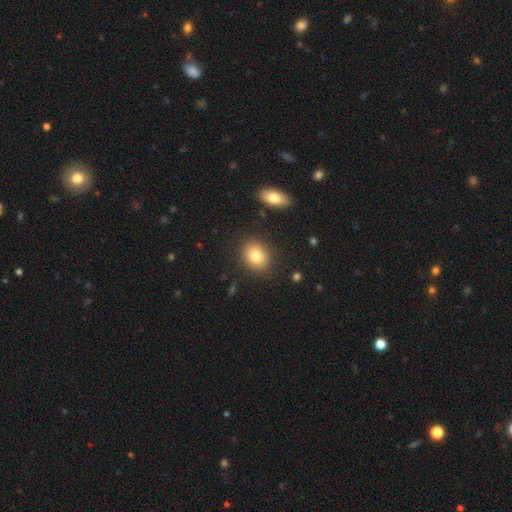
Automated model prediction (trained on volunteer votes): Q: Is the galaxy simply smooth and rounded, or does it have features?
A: smooth — 82%.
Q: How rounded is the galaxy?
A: round — 50%.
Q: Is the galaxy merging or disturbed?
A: none — 86%.